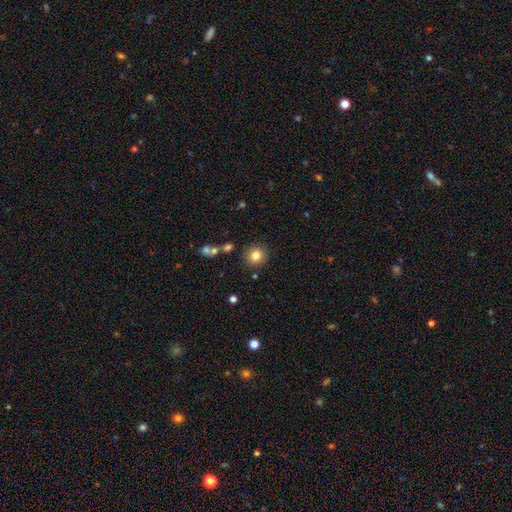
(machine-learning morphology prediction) A smooth galaxy with no disk features (81%) that is round (88%).

Vote fractions:
- Smooth or featured? smooth: 81% / star or artifact: 11% / featured or disk: 8%
- How rounded? round: 88% / in between: 11% / cigar-shaped: 1%
- Merging? none: 86% / minor disturbance: 8% / merger: 4% / major disturbance: 3%